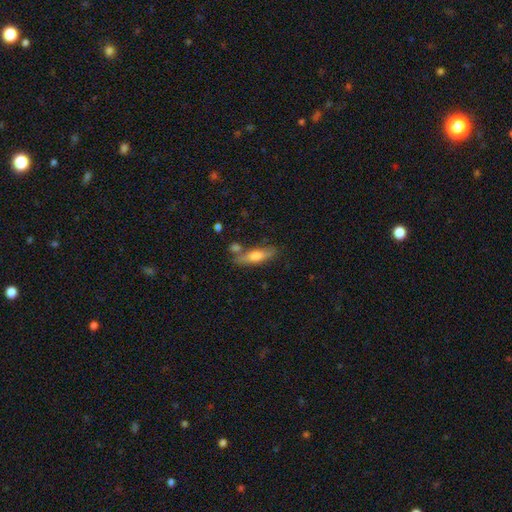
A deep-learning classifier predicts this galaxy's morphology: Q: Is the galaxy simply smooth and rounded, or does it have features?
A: smooth — 52%.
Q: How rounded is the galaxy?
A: cigar-shaped — 64%.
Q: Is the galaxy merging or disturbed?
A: none — 70%.